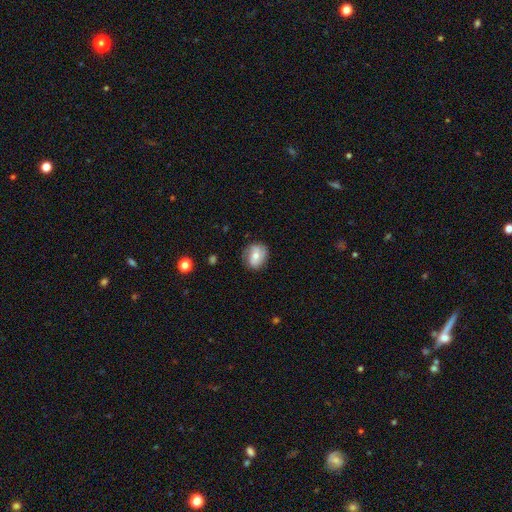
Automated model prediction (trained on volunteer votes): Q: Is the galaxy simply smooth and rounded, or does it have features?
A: smooth — 51%.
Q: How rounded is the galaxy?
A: round — 58%.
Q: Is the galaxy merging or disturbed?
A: none — 73%.